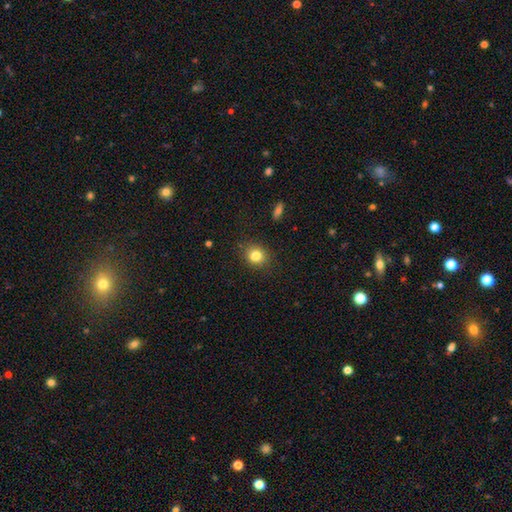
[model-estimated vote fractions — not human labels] The model was most divided on "how rounded": round: 74%, in between: 25%, cigar-shaped: 1%. More confident: merging — none (86%); smooth or featured — smooth (82%).